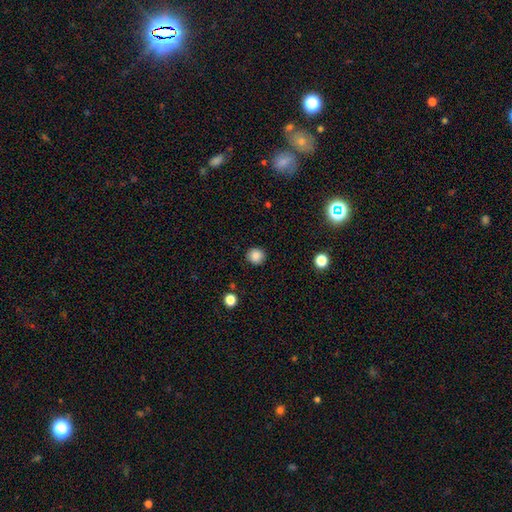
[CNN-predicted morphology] Smooth or featured? smooth (86%)
How rounded? round (91%)
Merging? none (90%)